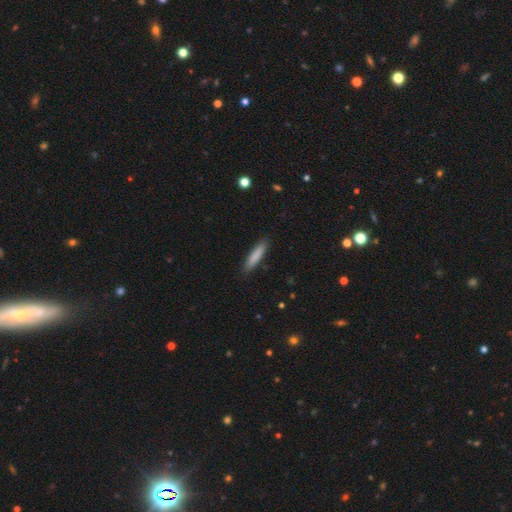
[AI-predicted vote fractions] The model was most divided on "how rounded": cigar-shaped: 84%, in between: 15%, round: 1%. More confident: merging — none (89%); smooth or featured — smooth (84%).